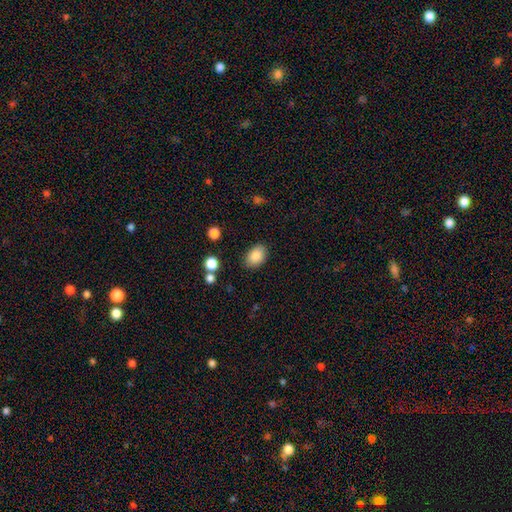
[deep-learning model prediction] Smooth or featured: smooth — 86% (star or artifact — 8%)
How rounded: in between — 83% (round — 16%)
Merging: none — 85% (minor disturbance — 11%)